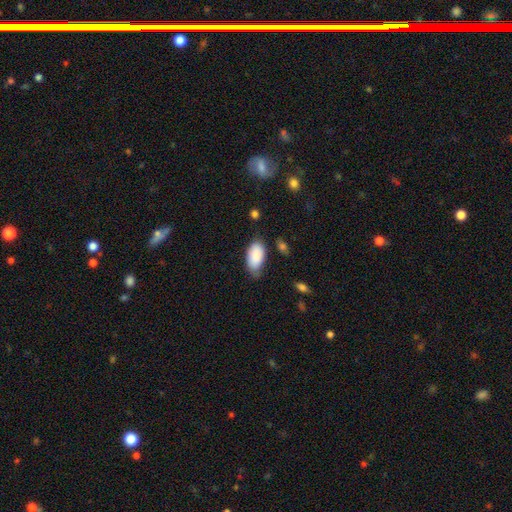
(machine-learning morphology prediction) A smooth galaxy with no disk features (86%) that is in between round and cigar-shaped (95%).

Vote fractions:
- Smooth or featured? smooth: 86% / featured or disk: 8% / star or artifact: 6%
- How rounded? in between: 95% / round: 3% / cigar-shaped: 3%
- Merging? none: 61% / minor disturbance: 30% / major disturbance: 6% / merger: 3%